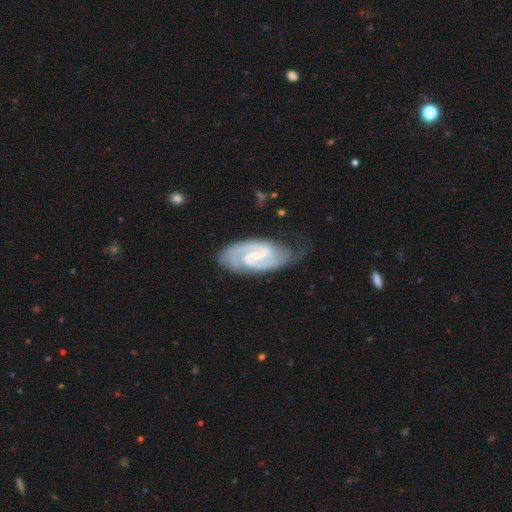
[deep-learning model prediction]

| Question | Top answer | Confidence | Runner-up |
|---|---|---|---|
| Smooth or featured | featured or disk | 91% | smooth (5%) |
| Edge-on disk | no | 97% | yes (3%) |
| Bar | weak | 52% | strong (24%) |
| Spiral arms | yes | 98% | no (2%) |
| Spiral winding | tight | 47% | medium (46%) |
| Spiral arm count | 2 | 86% | 3 (6%) |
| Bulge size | small | 68% | moderate (19%) |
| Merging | none | 70% | minor disturbance (22%) |